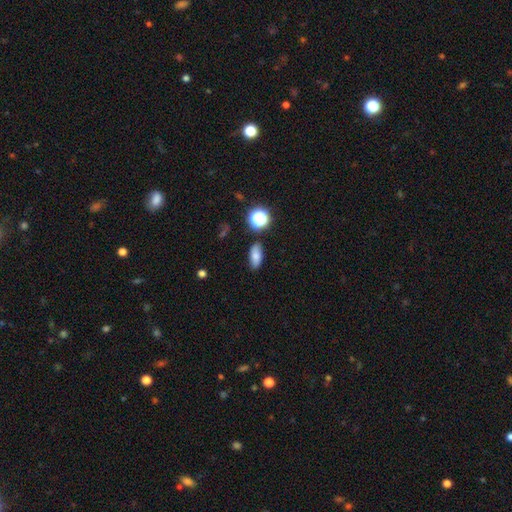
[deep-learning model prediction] Overall: smooth (77%). How rounded: in between (81%). Merging: none (85%).